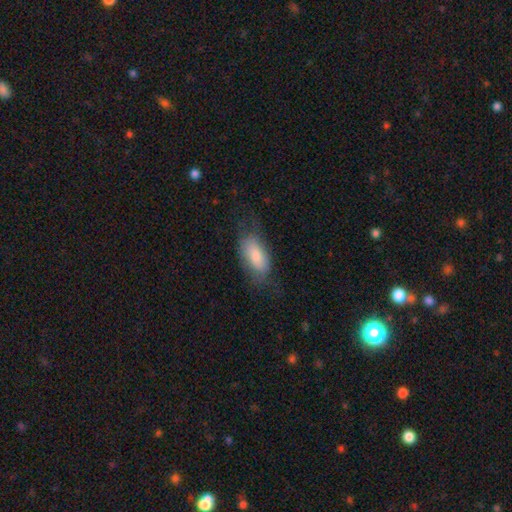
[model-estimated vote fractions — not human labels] smooth_or_featured: smooth (p=0.74) [alt: featured or disk p=0.19]
how_rounded: in between (p=0.89) [alt: cigar-shaped p=0.07]
merging: none (p=0.61) [alt: minor disturbance p=0.25]